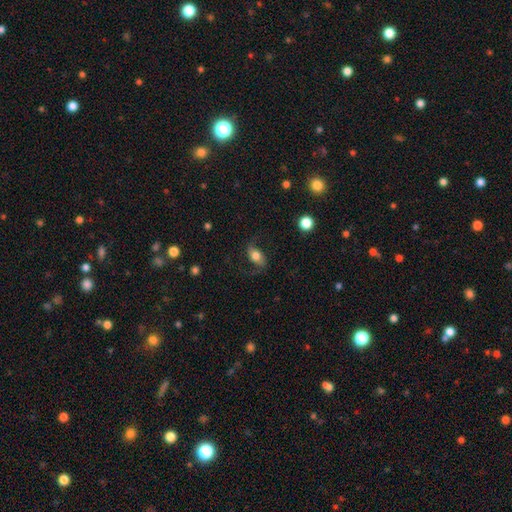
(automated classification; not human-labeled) Morphology: type=smooth (52%); roundness=in between (84%); merging=none (68%).